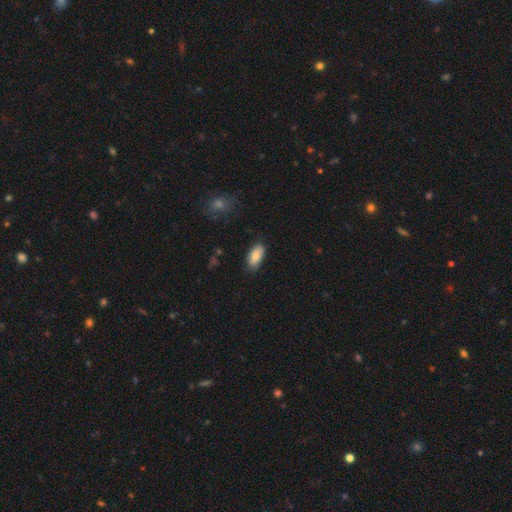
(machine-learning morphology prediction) This is clearly a smooth galaxy (85%). How rounded: clearly in between (92%). Merging: clearly none (84%).